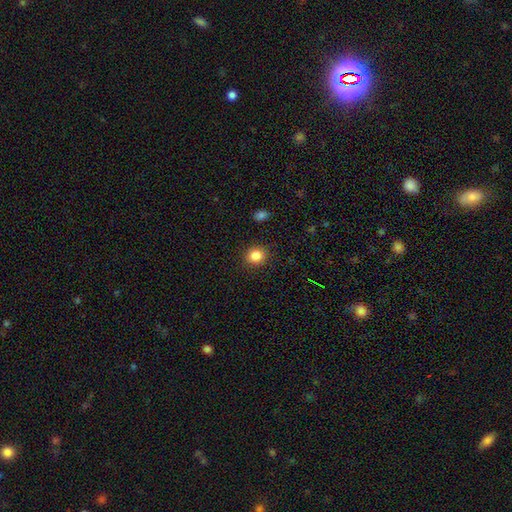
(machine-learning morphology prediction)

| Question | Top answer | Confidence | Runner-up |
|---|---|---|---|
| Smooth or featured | smooth | 84% | star or artifact (11%) |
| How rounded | round | 83% | in between (16%) |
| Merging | none | 90% | minor disturbance (7%) |